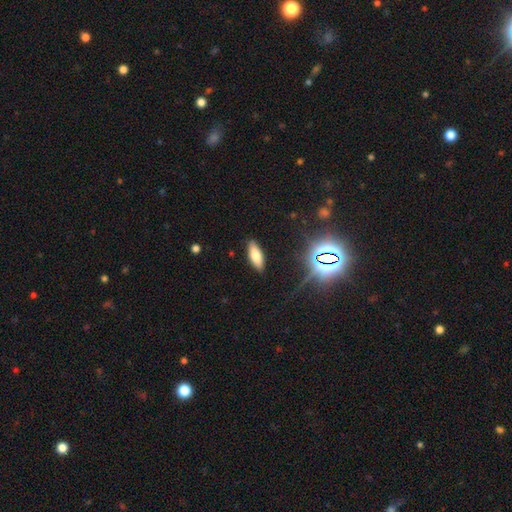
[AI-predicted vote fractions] Overall: smooth (72%). How rounded: in between (67%; cigar-shaped 30%). Merging: none (87%).